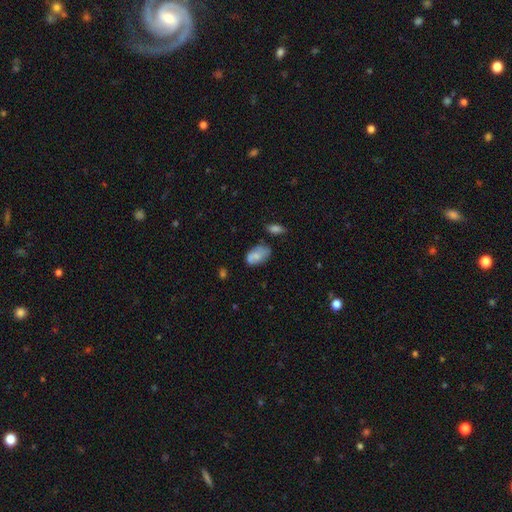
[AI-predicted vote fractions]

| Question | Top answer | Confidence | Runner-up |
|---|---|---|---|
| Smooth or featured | smooth | 66% | featured or disk (26%) |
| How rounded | in between | 91% | round (7%) |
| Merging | none | 51% | minor disturbance (30%) |